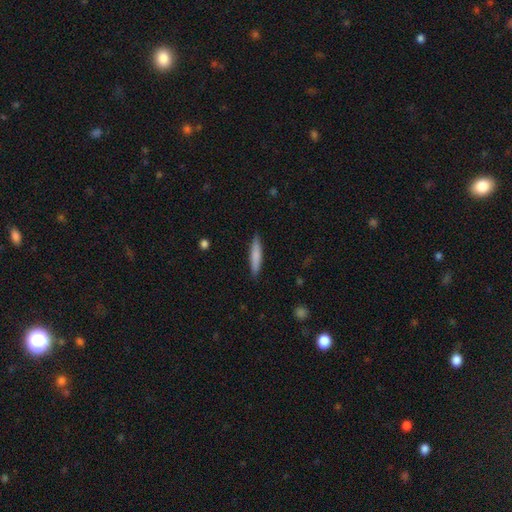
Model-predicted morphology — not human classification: This appears to be a smooth galaxy with no disk features (78%) that is cigar-shaped (87%). Merging: none (88%).